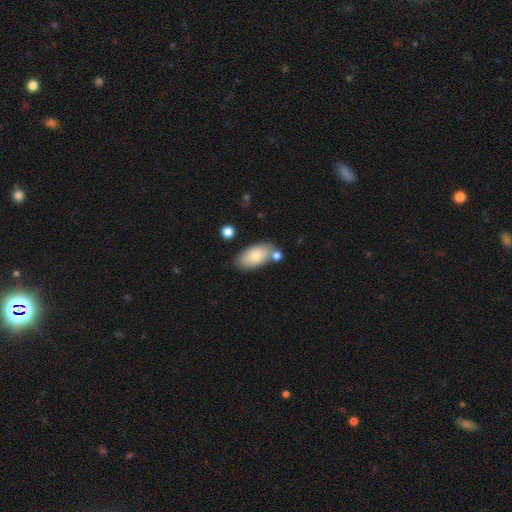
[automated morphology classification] This appears to be a smooth galaxy with no disk features (76%) that is in between round and cigar-shaped (94%). Merging: none (67%).